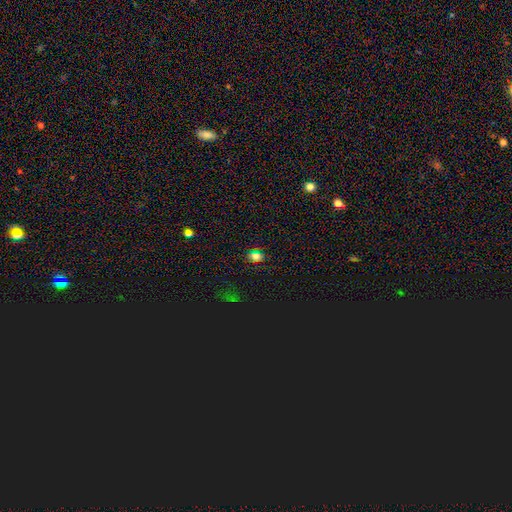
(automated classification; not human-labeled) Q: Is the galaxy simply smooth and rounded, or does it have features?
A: smooth — 70%.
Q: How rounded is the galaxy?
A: in between — 59%.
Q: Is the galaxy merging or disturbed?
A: none — 85%.